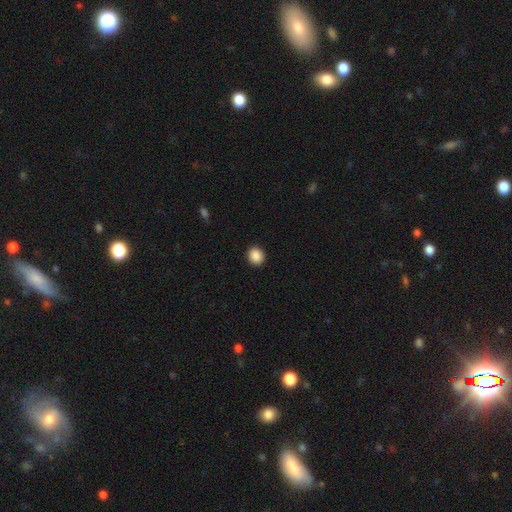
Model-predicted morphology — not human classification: Smooth or featured? Predicted: smooth (p=0.89). How rounded? Predicted: round (p=0.78). Merging? Predicted: none (p=0.92).